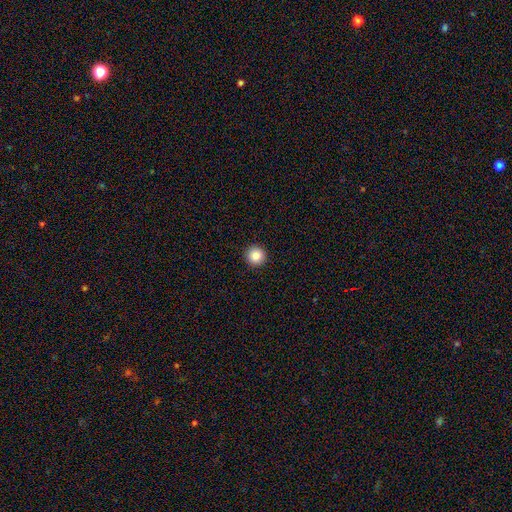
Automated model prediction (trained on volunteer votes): Smooth or featured?
  - smooth: 86% *
  - star or artifact: 10%
  - featured or disk: 4%
How rounded?
  - round: 96% *
  - in between: 3%
  - cigar-shaped: 1%
Merging?
  - none: 94% *
  - minor disturbance: 4%
  - major disturbance: 1%
  - merger: 1%